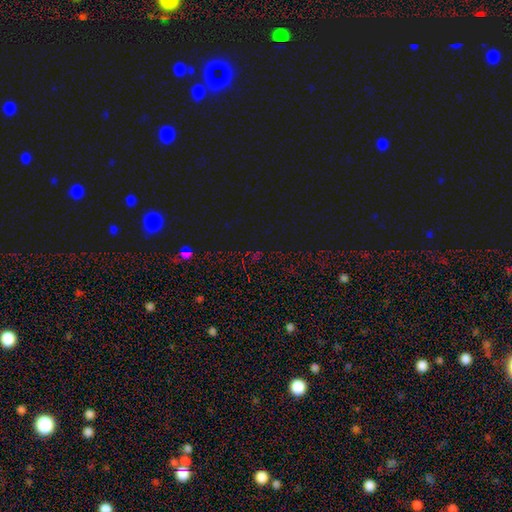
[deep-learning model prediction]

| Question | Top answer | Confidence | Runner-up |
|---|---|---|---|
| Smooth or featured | star or artifact | 73% | smooth (19%) |